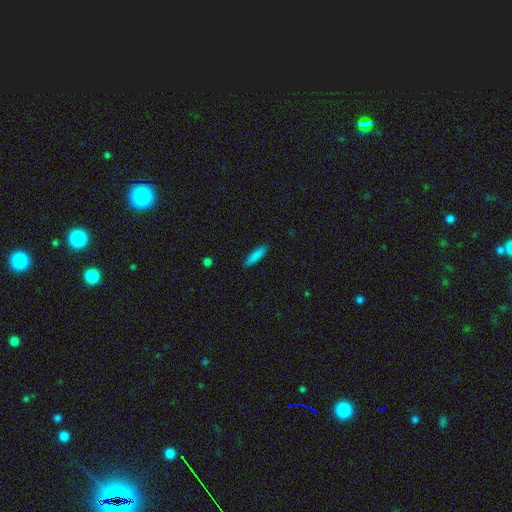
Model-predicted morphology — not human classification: smooth_or_featured: smooth (p=0.86) [alt: featured or disk p=0.07]
how_rounded: cigar-shaped (p=0.74) [alt: in between p=0.24]
merging: none (p=0.89) [alt: minor disturbance p=0.08]